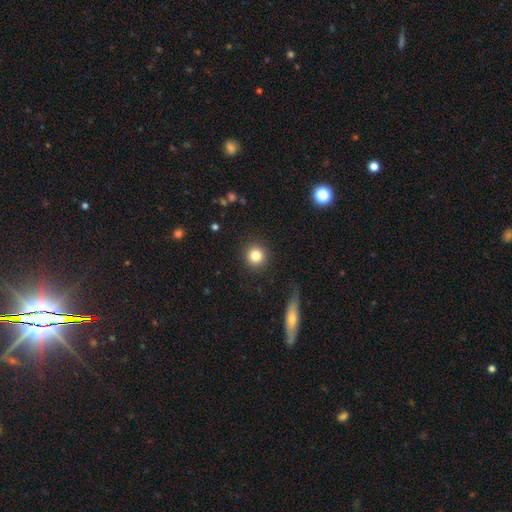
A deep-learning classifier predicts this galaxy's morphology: A smooth galaxy with no disk features (83%) that is round (93%). Merging: none (90%).